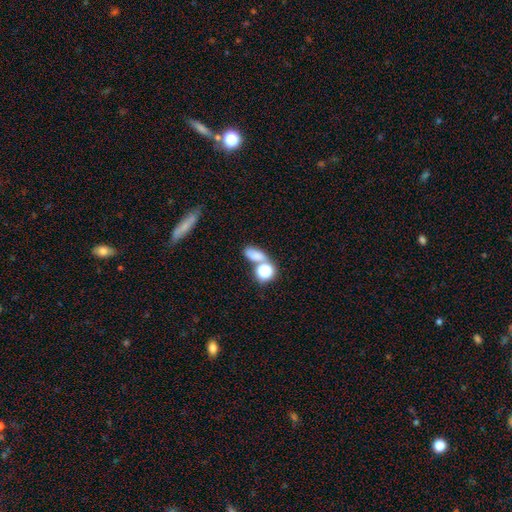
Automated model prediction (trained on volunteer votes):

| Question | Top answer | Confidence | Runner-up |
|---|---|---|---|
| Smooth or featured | smooth | 72% | star or artifact (18%) |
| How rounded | in between | 69% | round (23%) |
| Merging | none | 45% | merger (36%) |